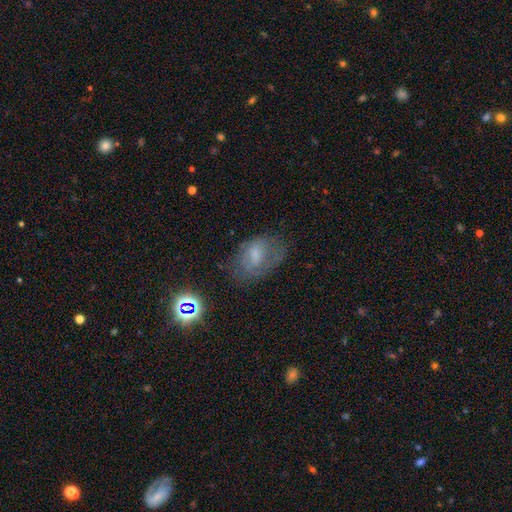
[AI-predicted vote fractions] smooth_or_featured: smooth (p=0.45) [alt: featured or disk p=0.38]
merging: none (p=0.54) [alt: minor disturbance p=0.26]